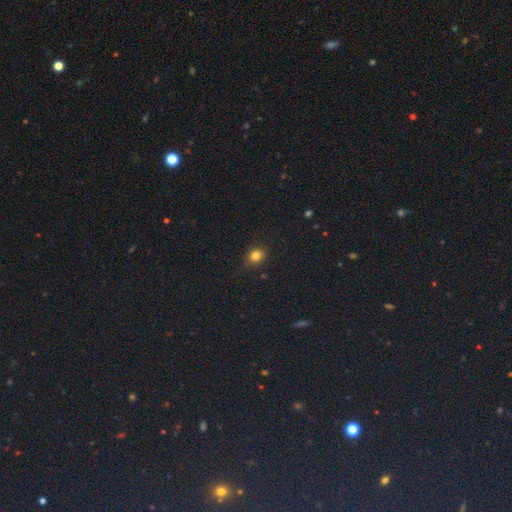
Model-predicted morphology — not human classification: A smooth galaxy with no disk features (80%) that is round (69%).

Vote fractions:
- Smooth or featured? smooth: 80% / star or artifact: 14% / featured or disk: 5%
- How rounded? round: 69% / in between: 30% / cigar-shaped: 1%
- Merging? none: 81% / minor disturbance: 15% / major disturbance: 3% / merger: 1%